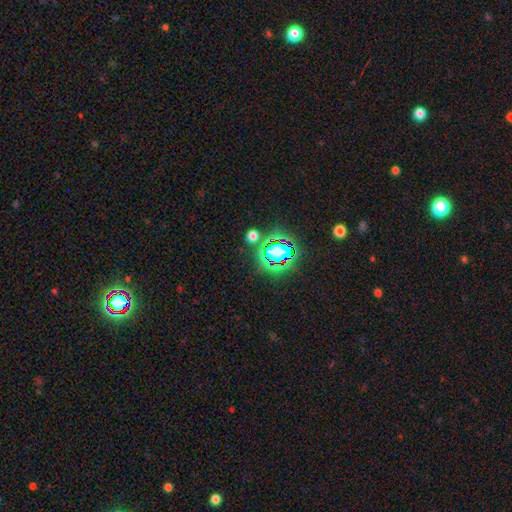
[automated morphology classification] This appears to be a star or artifact, not a galaxy (79%).